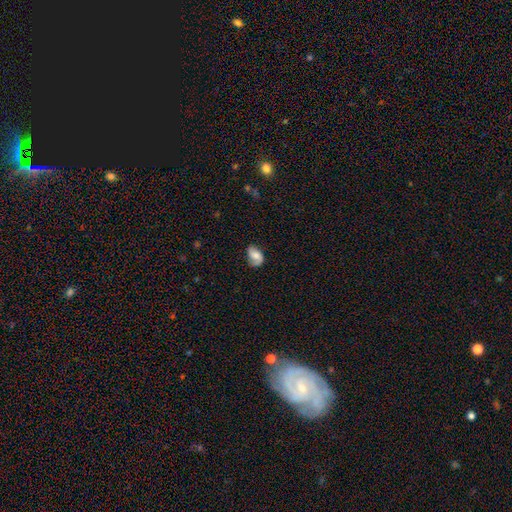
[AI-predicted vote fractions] Morphology: type=smooth (52%); roundness=in between (83%); merging=none (56%).